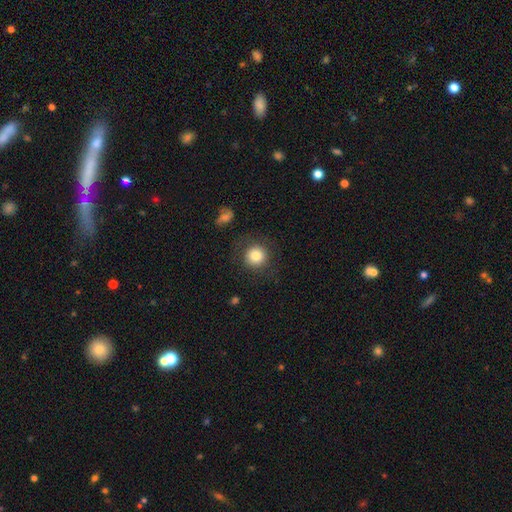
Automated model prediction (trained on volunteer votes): Q: Smooth or featured?
A: smooth (82%); runner-up: star or artifact (10%)
Q: How rounded?
A: round (92%); runner-up: in between (7%)
Q: Merging?
A: none (83%); runner-up: minor disturbance (10%)